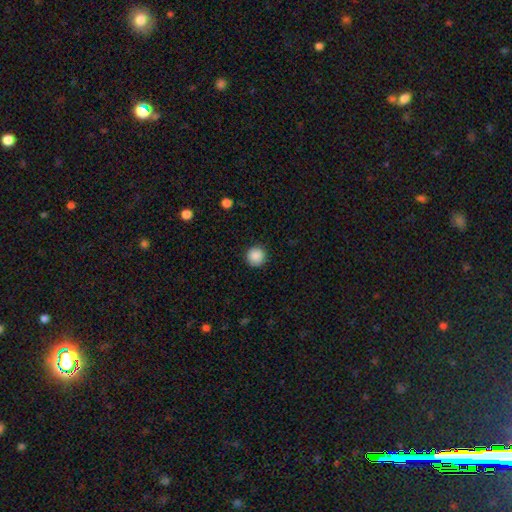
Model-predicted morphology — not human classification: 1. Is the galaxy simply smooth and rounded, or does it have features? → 89% smooth, 9% star or artifact, 3% featured or disk.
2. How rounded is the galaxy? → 95% round, 4% in between, 1% cigar-shaped.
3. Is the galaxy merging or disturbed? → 90% none, 7% minor disturbance, 2% major disturbance, 1% merger.